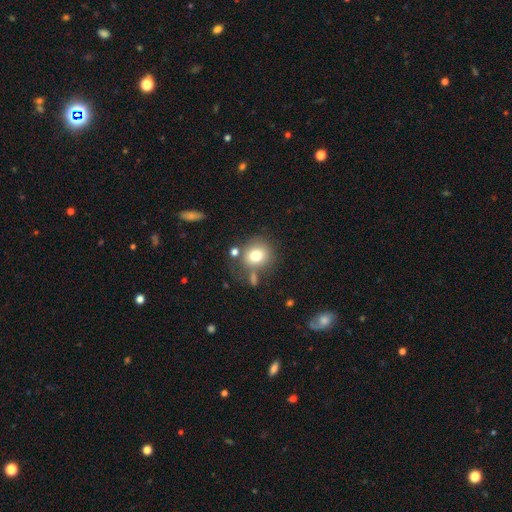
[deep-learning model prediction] Smooth or featured?
  - smooth: 76% *
  - featured or disk: 13%
  - star or artifact: 11%
How rounded?
  - round: 81% *
  - in between: 19%
  - cigar-shaped: 1%
Merging?
  - none: 65% *
  - minor disturbance: 16%
  - merger: 12%
  - major disturbance: 7%